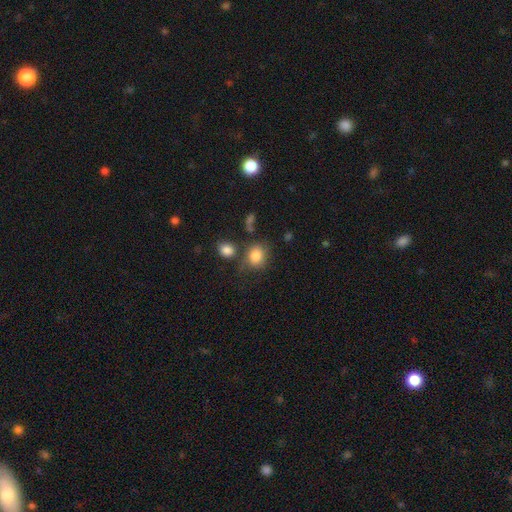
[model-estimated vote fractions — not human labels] Smooth or featured? Predicted: smooth (p=0.84). How rounded? Predicted: round (p=0.69). Merging? Predicted: none (p=0.61).